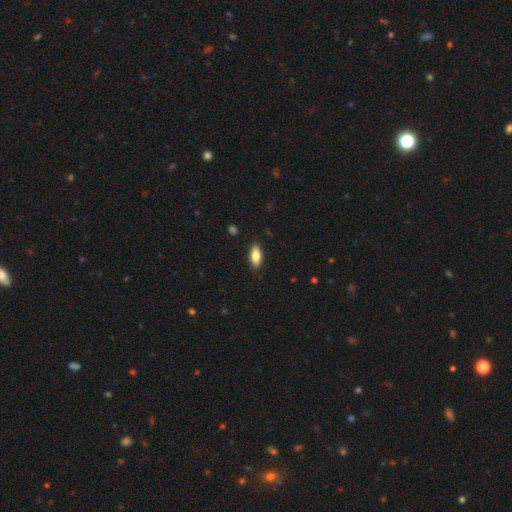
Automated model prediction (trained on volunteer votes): Overall: smooth (83%). How rounded: in between (82%). Merging: none (87%).